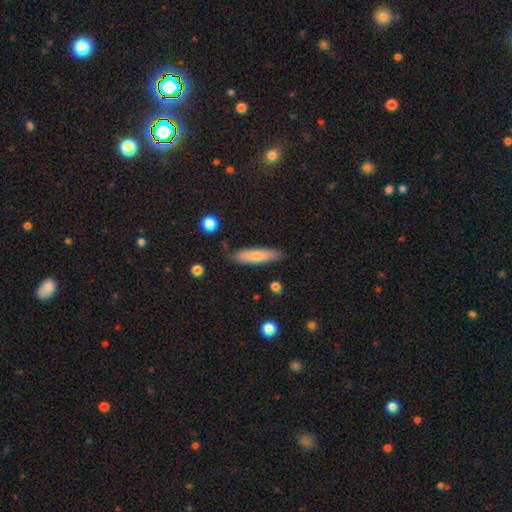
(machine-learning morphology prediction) Smooth or featured? Predicted: smooth (p=0.74). How rounded? Predicted: cigar-shaped (p=0.77). Merging? Predicted: none (p=0.81).